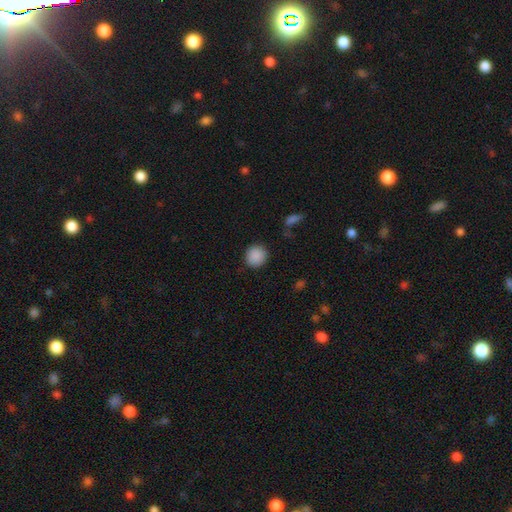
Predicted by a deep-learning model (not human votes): smooth 89%, star or artifact 8%, featured or disk 3%. Down the decision tree: how rounded — round (87%); merging — none (88%).